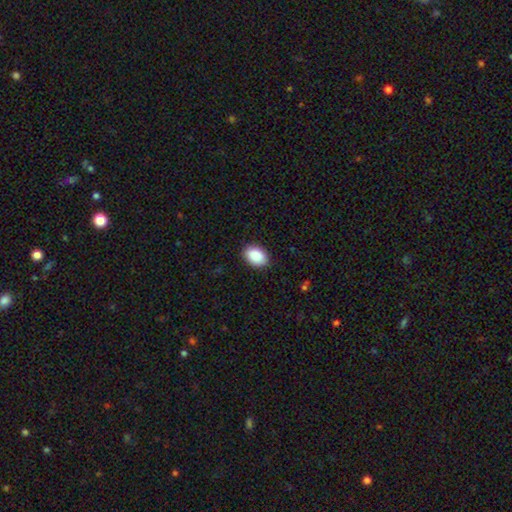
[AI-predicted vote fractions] Smooth or featured? Predicted: smooth (p=0.90). How rounded? Predicted: in between (p=0.86). Merging? Predicted: none (p=0.89).